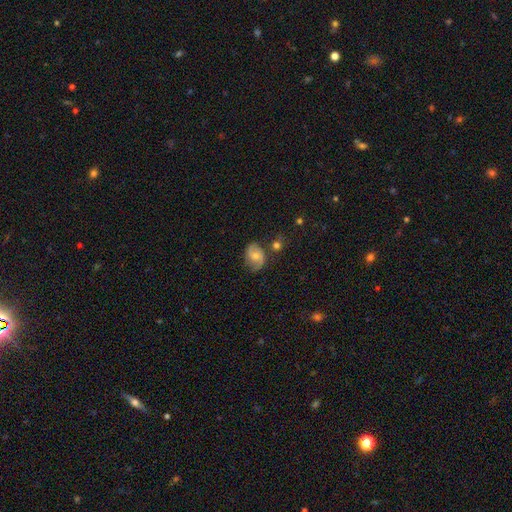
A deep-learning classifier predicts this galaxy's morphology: A featured or disk galaxy (58%) with no bar (52%), spiral arms (89%) and a moderate central bulge (50%).

Vote fractions:
- Smooth or featured? featured or disk: 58% / smooth: 34% / star or artifact: 9%
- Edge-on disk? no: 97% / yes: 3%
- Bar? no: 52% / weak: 40% / strong: 8%
- Spiral arms? yes: 89% / no: 11%
- Bulge size? moderate: 50% / small: 37% / none: 7% / large: 4% / dominant: 1%
- Merging? none: 67% / minor disturbance: 20% / major disturbance: 7% / merger: 6%